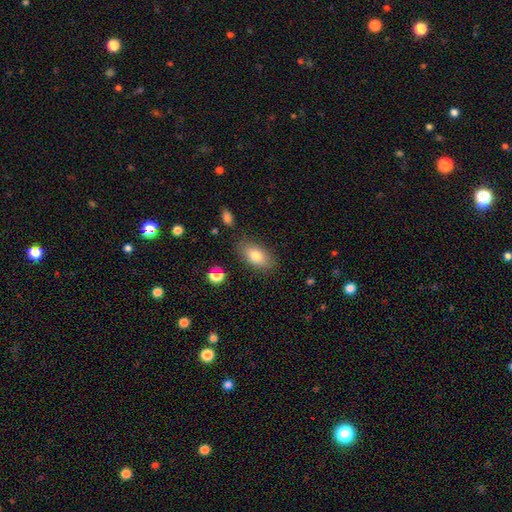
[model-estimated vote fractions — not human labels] Overall: smooth (79%). How rounded: in between (90%). Merging: none (80%).